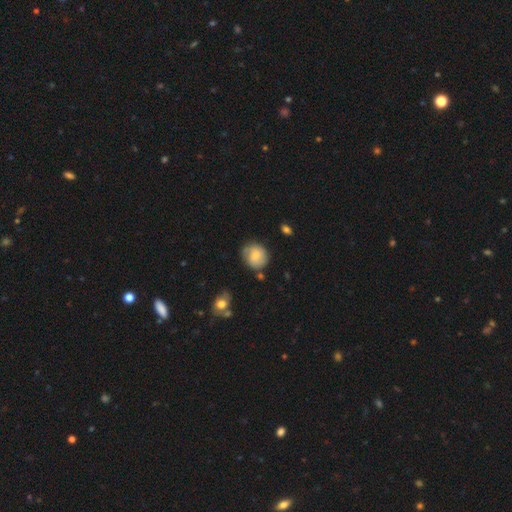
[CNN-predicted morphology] smooth 66%, featured or disk 26%, star or artifact 8%. Down the decision tree: how rounded — round (78%); merging — none (68%).